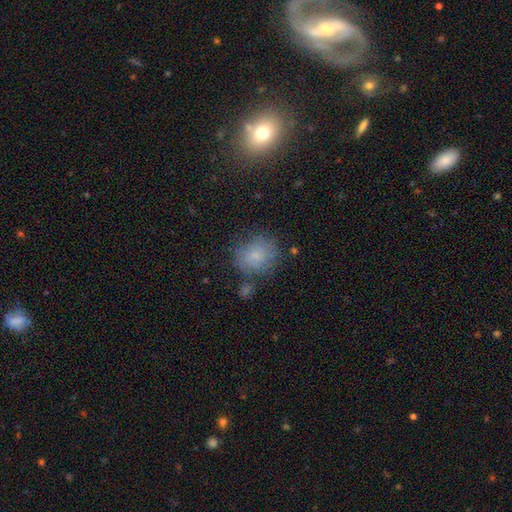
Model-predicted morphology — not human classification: Q: Smooth or featured?
A: smooth (72%); runner-up: featured or disk (16%)
Q: How rounded?
A: round (74%); runner-up: in between (25%)
Q: Merging?
A: none (67%); runner-up: minor disturbance (19%)